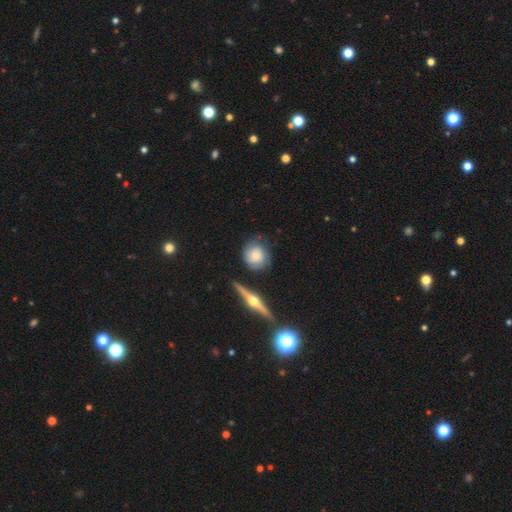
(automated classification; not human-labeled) This appears to be a smooth galaxy with no disk features (49%). Merging: none (71%).